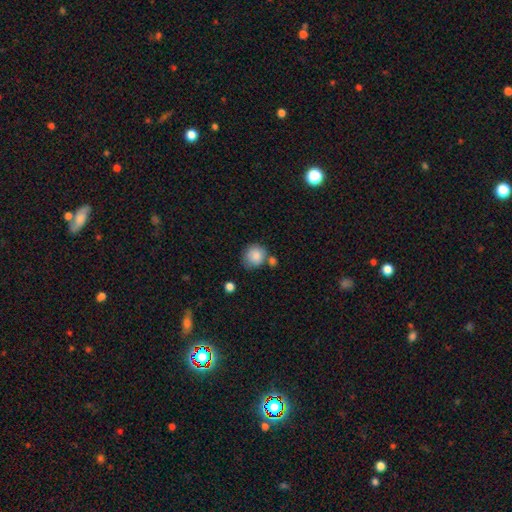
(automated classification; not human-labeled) Overall: smooth (85%). How rounded: round (83%). Merging: none (61%).